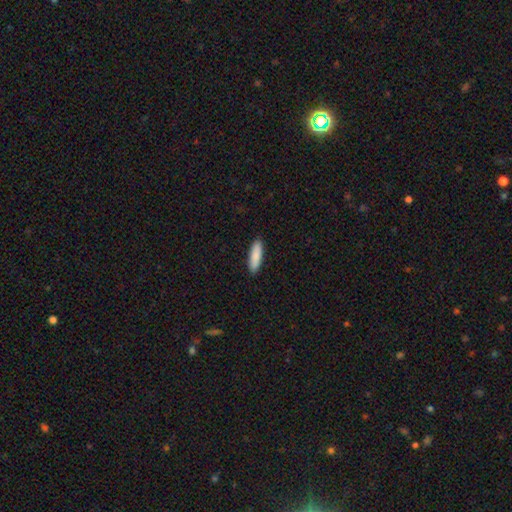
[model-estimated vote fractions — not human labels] Overall: smooth (88%). How rounded: cigar-shaped (63%; in between 36%). Merging: none (91%).